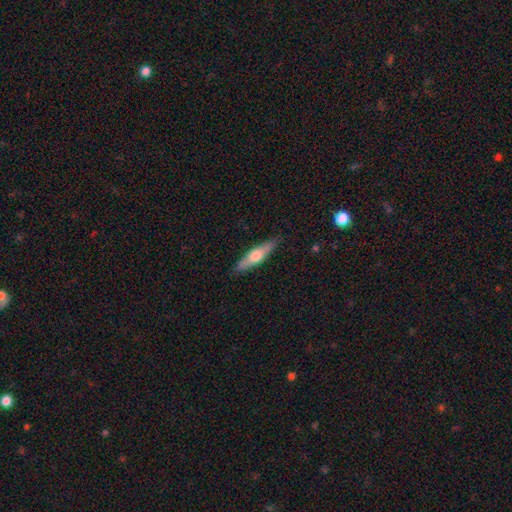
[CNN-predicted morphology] A featured or disk galaxy (51%) viewed edge-on (92%).

Vote fractions:
- Smooth or featured? featured or disk: 51% / smooth: 44% / star or artifact: 6%
- Edge-on disk? yes: 92% / no: 8%
- Merging? none: 88% / minor disturbance: 9% / major disturbance: 2% / merger: 1%